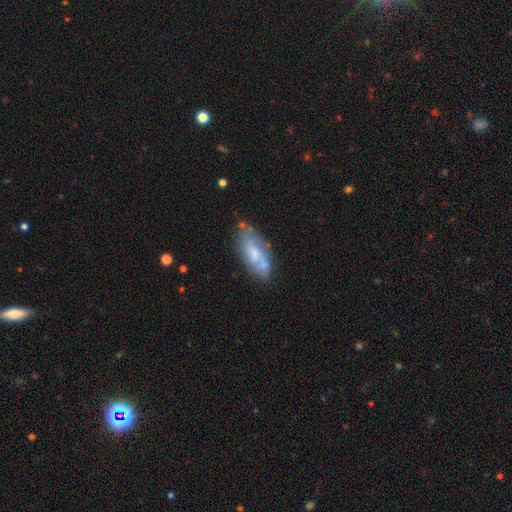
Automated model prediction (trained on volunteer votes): Smooth or featured? Predicted: smooth (p=0.54). How rounded? Predicted: in between (p=0.78). Merging? Predicted: none (p=0.62).